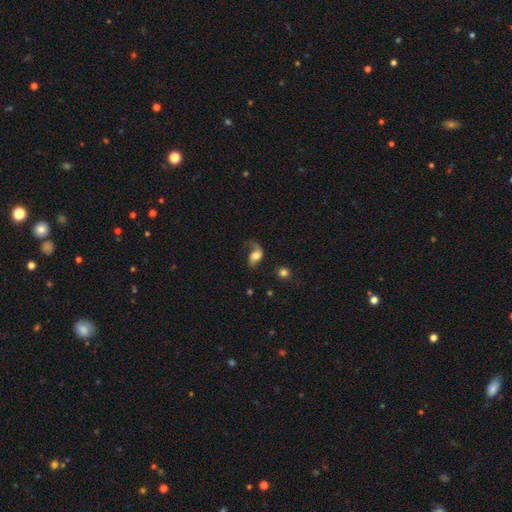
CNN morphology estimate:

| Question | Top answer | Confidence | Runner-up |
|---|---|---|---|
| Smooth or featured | smooth | 47% | featured or disk (44%) |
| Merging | major disturbance | 37% | none (35%) |